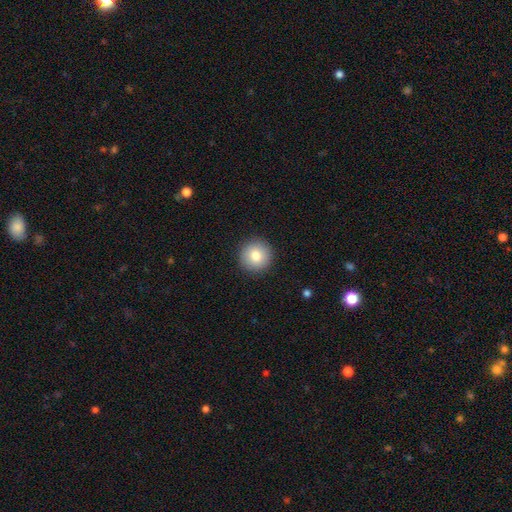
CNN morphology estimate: smooth_or_featured: smooth (p=0.81) [alt: featured or disk p=0.10]
how_rounded: round (p=0.95) [alt: in between p=0.05]
merging: none (p=0.92) [alt: minor disturbance p=0.06]